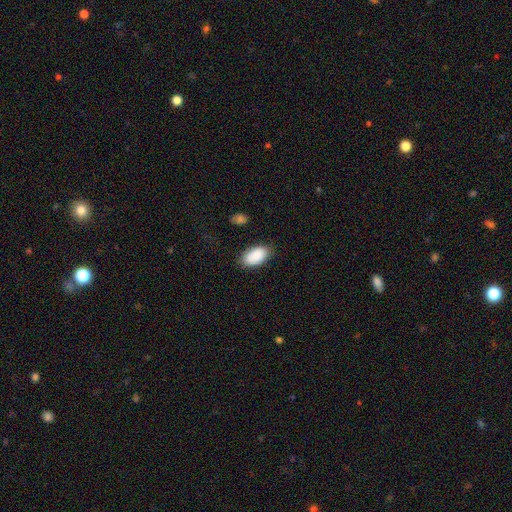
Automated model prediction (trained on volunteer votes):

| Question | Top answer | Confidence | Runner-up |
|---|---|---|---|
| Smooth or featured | smooth | 89% | star or artifact (6%) |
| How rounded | in between | 95% | round (3%) |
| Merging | none | 82% | minor disturbance (13%) |